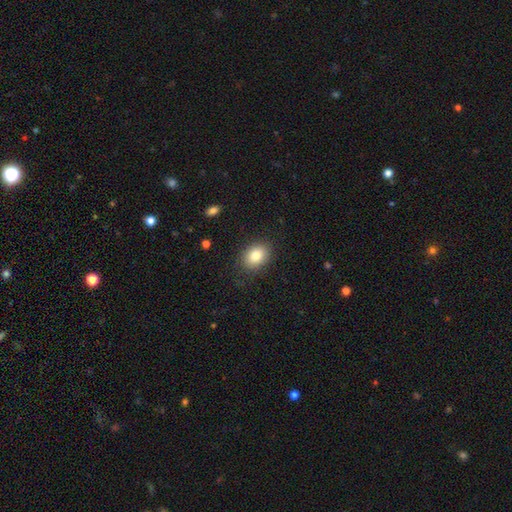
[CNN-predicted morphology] A smooth galaxy with no disk features (83%) that is in between round and cigar-shaped (73%). Merging: none (86%).